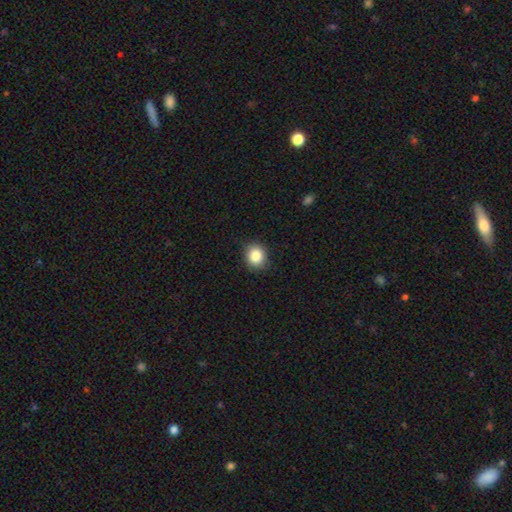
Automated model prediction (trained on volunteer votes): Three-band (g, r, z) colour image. It shows a smooth galaxy with no disk features (85%) that is round (77%). Merging: none (88%).